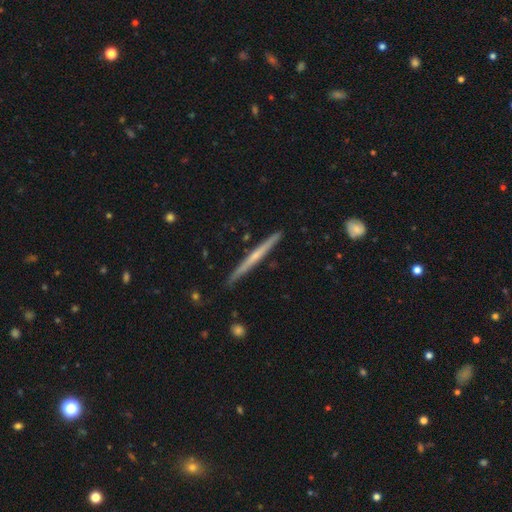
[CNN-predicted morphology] Smooth or featured? featured or disk (67%)
Edge-on disk? yes (98%)
Edge-on bulge? none (54%)
Merging? none (90%)